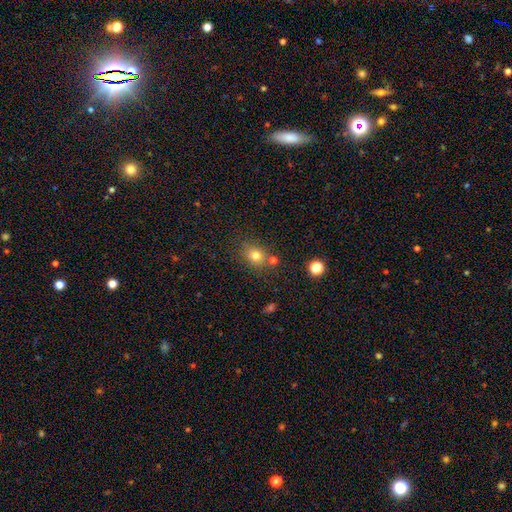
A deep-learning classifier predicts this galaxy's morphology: Smooth or featured? Predicted: smooth (p=0.77). How rounded? Predicted: round (p=0.61). Merging? Predicted: none (p=0.73).